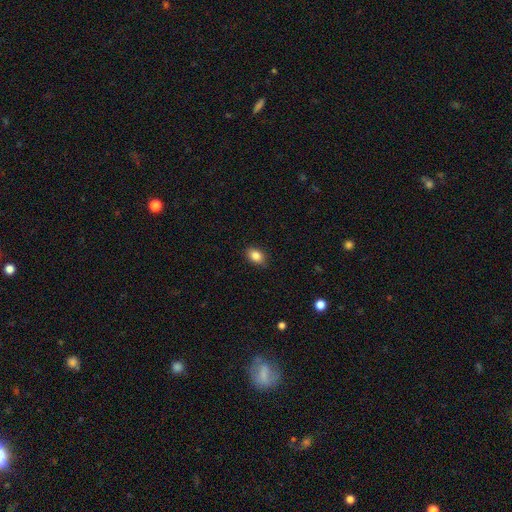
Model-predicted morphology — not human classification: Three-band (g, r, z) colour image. It shows a smooth galaxy with no disk features (85%) that is in between round and cigar-shaped (80%). Merging: none (87%).